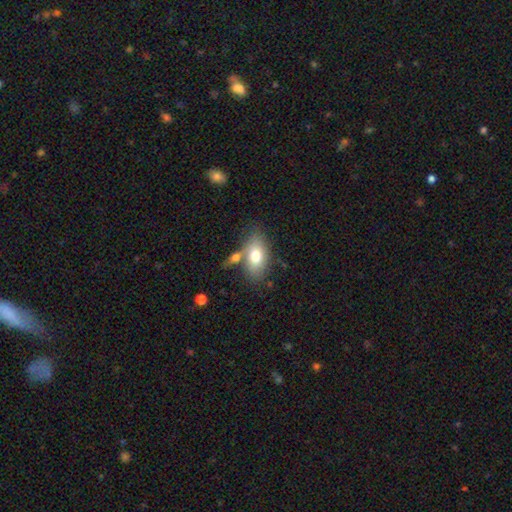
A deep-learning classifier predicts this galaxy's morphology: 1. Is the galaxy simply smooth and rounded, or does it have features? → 73% smooth, 19% featured or disk, 7% star or artifact.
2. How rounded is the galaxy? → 89% in between, 7% round, 4% cigar-shaped.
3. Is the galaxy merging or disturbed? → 62% none, 19% merger, 14% minor disturbance, 5% major disturbance.